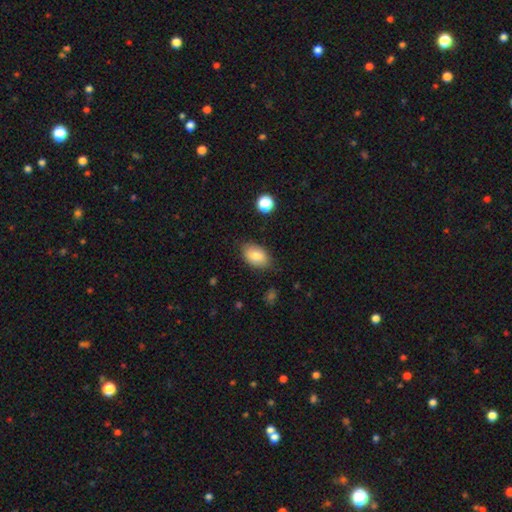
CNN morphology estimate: The model was most divided on "merging": none: 80%, minor disturbance: 15%, major disturbance: 3%, merger: 2%. More confident: how rounded — in between (89%); smooth or featured — smooth (80%).